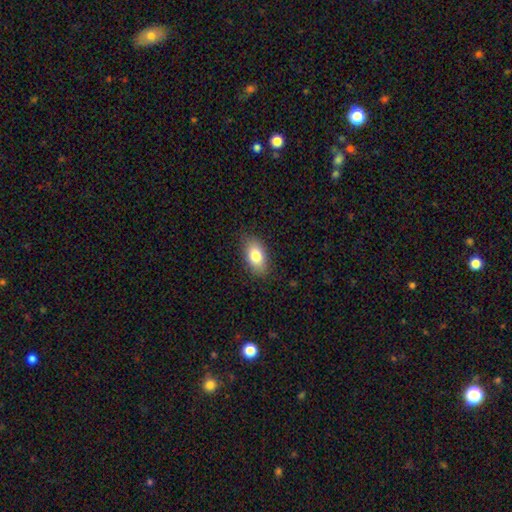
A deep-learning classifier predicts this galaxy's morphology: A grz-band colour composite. It shows a smooth galaxy with no disk features (80%) that is in between round and cigar-shaped (90%). Merging: none (85%).